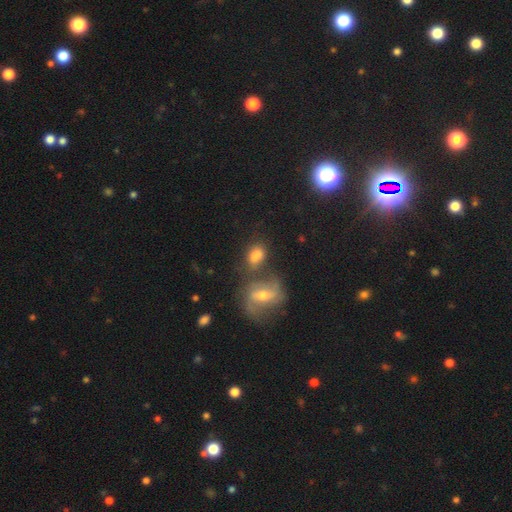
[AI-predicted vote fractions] Morphology: type=smooth (68%); roundness=in between (81%); merging=none (47%).